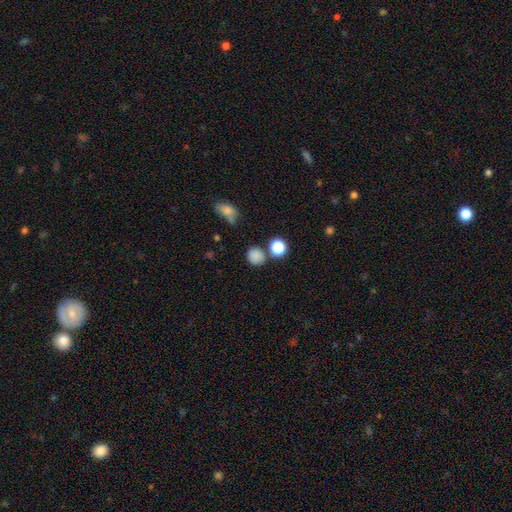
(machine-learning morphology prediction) Smooth or featured? Predicted: smooth (p=0.83). How rounded? Predicted: round (p=0.85). Merging? Predicted: none (p=0.75).